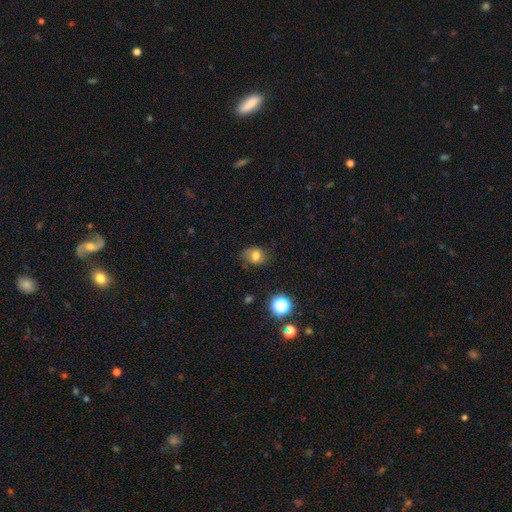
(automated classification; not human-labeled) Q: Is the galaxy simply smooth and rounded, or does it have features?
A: smooth — 73%.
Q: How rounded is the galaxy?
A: round — 52%.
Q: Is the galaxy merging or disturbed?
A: none — 66%.